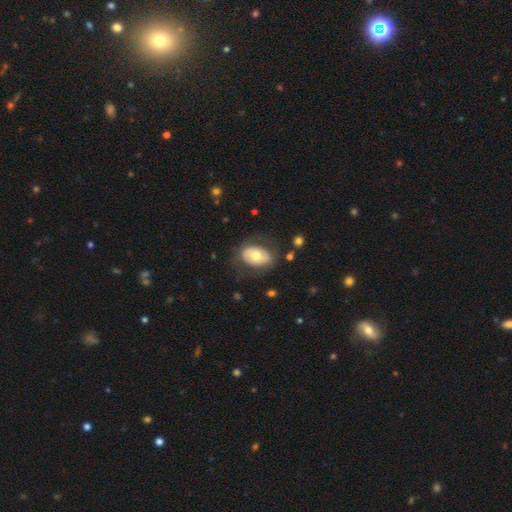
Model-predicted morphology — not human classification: Smooth or featured: smooth — 56% (featured or disk — 38%)
How rounded: in between — 83% (round — 15%)
Merging: none — 71% (minor disturbance — 18%)